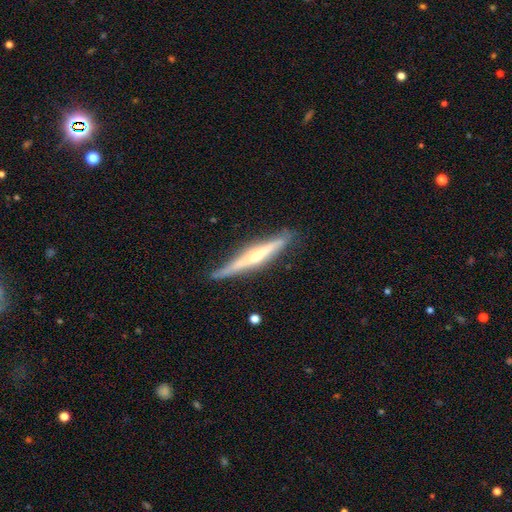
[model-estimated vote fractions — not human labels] featured or disk 74%, smooth 21%, star or artifact 5%. Down the decision tree: edge-on disk — yes (97%); edge-on bulge — rounded (85%); merging — none (84%).